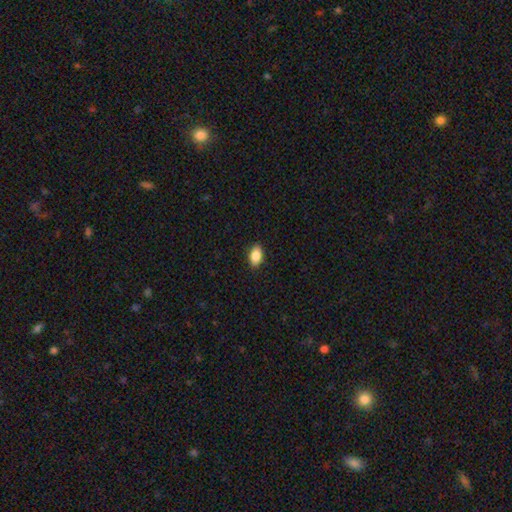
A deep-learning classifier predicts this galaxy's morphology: A smooth galaxy with no disk features (87%) that is in between round and cigar-shaped (91%).

Vote fractions:
- Smooth or featured? smooth: 87% / star or artifact: 7% / featured or disk: 6%
- How rounded? in between: 91% / round: 6% / cigar-shaped: 3%
- Merging? none: 89% / minor disturbance: 8% / major disturbance: 2% / merger: 1%